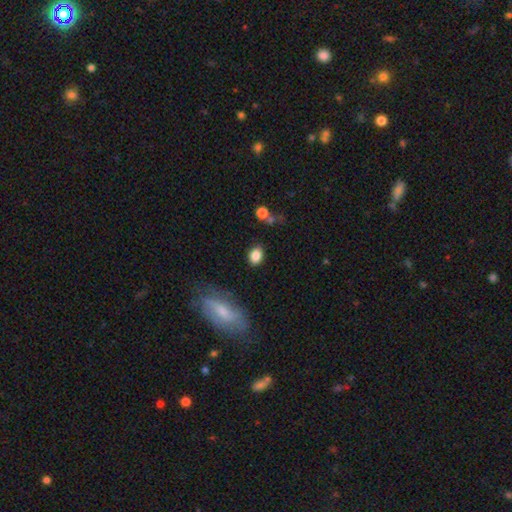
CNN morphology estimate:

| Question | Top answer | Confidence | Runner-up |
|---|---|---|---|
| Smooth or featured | smooth | 86% | star or artifact (8%) |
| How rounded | in between | 73% | round (25%) |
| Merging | none | 83% | minor disturbance (11%) |